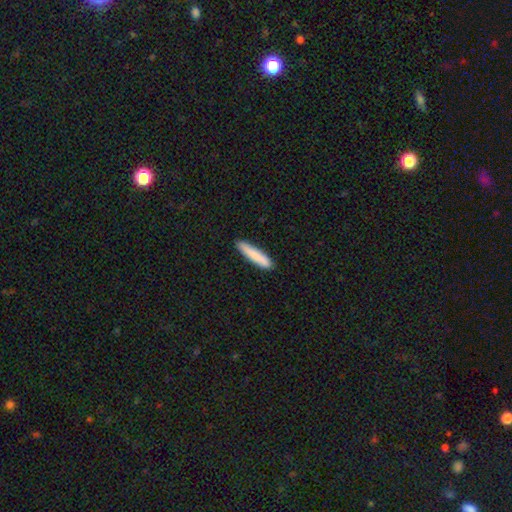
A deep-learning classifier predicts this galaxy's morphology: The model was most divided on "smooth or featured": smooth: 84%, featured or disk: 10%, star or artifact: 6%. More confident: how rounded — cigar-shaped (89%); merging — none (88%).